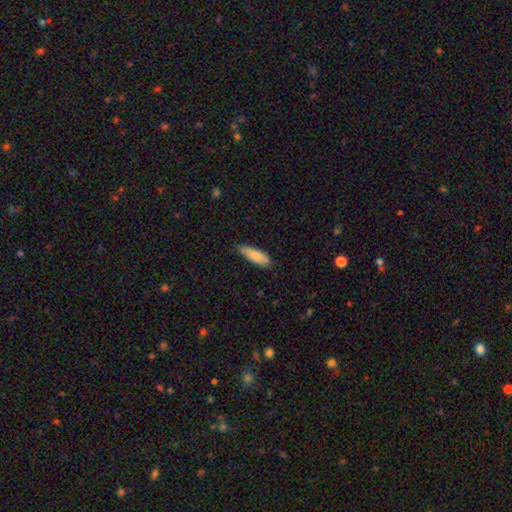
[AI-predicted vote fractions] smooth-or-featured: smooth: 81% | featured or disk: 13% | star or artifact: 6%
  how-rounded: in between: 55% | cigar-shaped: 44% | round: 2%
  merging: none: 75% | minor disturbance: 21% | major disturbance: 3% | merger: 1%